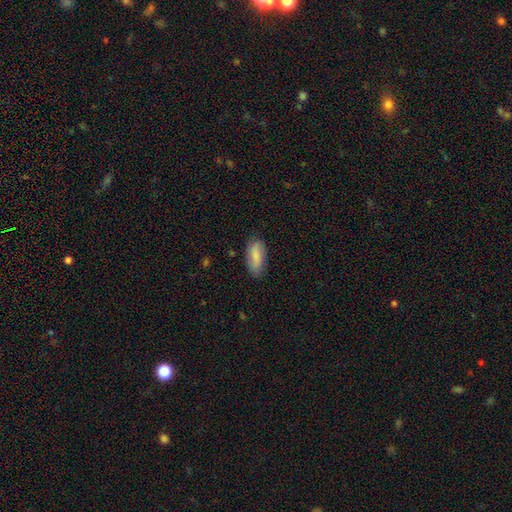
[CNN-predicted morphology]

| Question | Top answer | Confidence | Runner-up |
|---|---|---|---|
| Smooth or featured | smooth | 79% | featured or disk (15%) |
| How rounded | in between | 84% | cigar-shaped (14%) |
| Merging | none | 78% | minor disturbance (17%) |